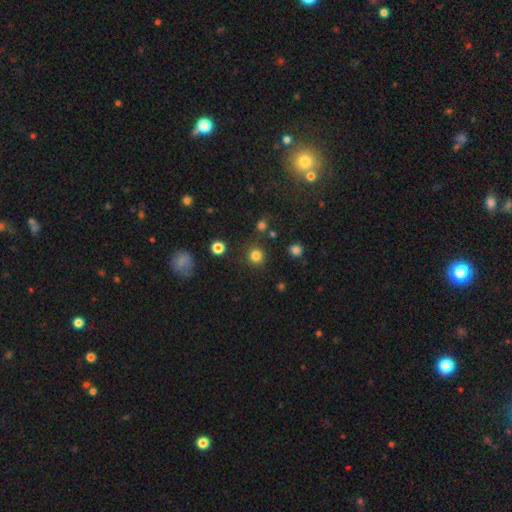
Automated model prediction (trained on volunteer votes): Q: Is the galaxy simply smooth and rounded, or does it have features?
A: smooth — 81%.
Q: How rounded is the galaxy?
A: round — 93%.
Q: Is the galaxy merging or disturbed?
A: none — 85%.